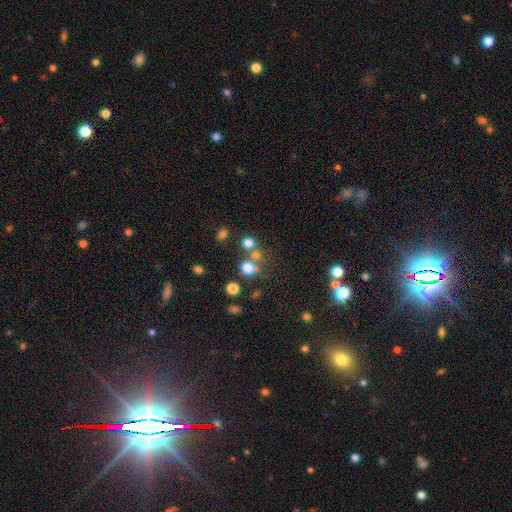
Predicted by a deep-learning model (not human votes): smooth-or-featured: smooth: 60% | star or artifact: 28% | featured or disk: 12%
  how-rounded: round: 83% | in between: 16% | cigar-shaped: 1%
  merging: none: 55% | merger: 32% | minor disturbance: 8% | major disturbance: 5%